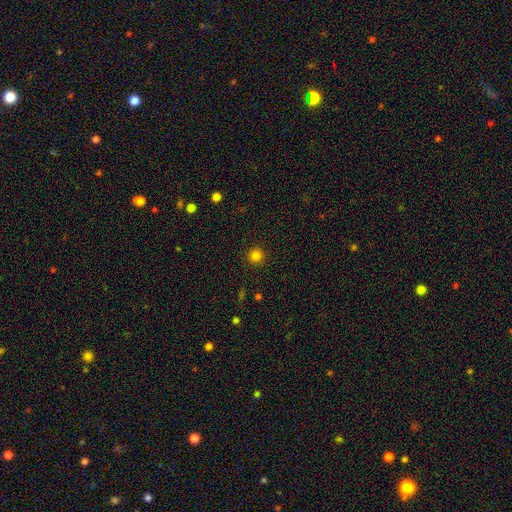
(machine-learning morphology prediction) This appears to be a smooth galaxy with no disk features (82%) that is round (95%). Merging: none (92%).